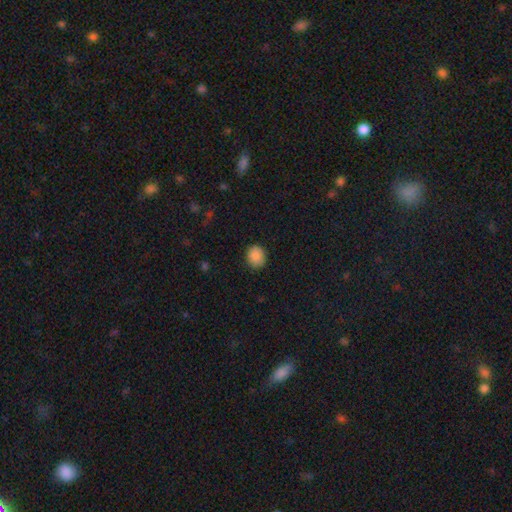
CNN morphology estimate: Smooth or featured? Predicted: smooth (p=0.88). How rounded? Predicted: round (p=0.73). Merging? Predicted: none (p=0.86).